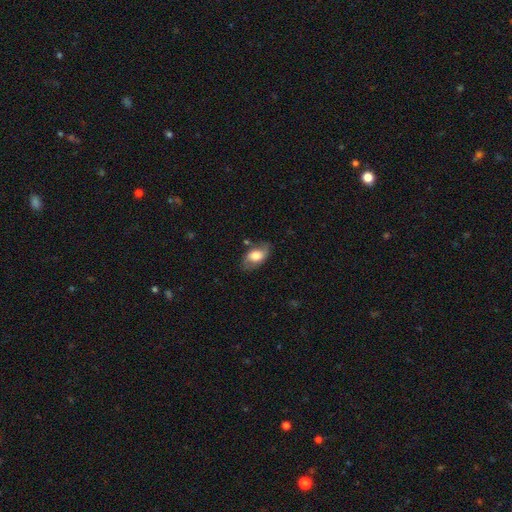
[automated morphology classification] Smooth or featured? Predicted: smooth (p=0.62). How rounded? Predicted: in between (p=0.89). Merging? Predicted: none (p=0.67).